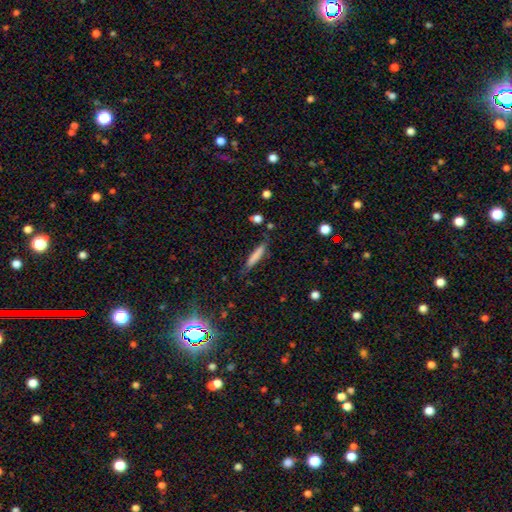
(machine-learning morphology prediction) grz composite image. It shows a smooth galaxy with no disk features (77%) that is cigar-shaped (88%). Merging: none (77%).